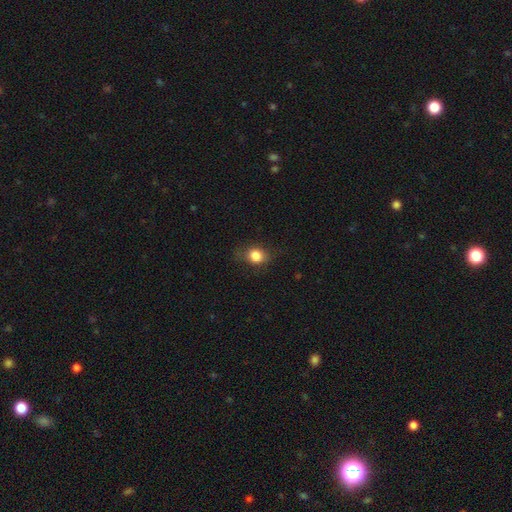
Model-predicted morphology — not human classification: Smooth or featured?
  - smooth: 83% *
  - star or artifact: 10%
  - featured or disk: 8%
How rounded?
  - round: 54% *
  - in between: 45%
  - cigar-shaped: 1%
Merging?
  - none: 73% *
  - minor disturbance: 20%
  - major disturbance: 6%
  - merger: 1%